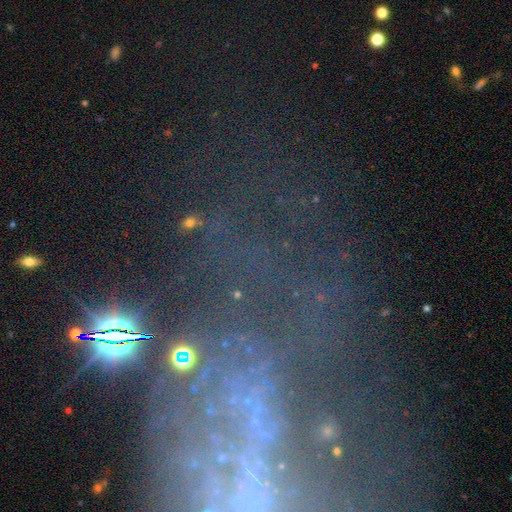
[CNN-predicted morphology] Overall: star or artifact (56%; featured or disk 27%).